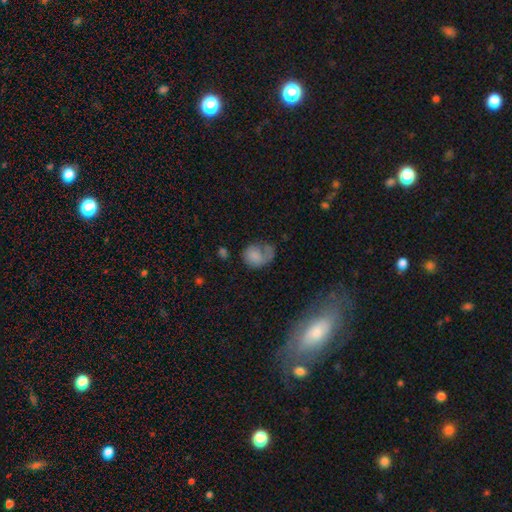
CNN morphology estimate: Smooth or featured?
  - smooth: 68% *
  - featured or disk: 22%
  - star or artifact: 10%
How rounded?
  - round: 51% *
  - in between: 48%
  - cigar-shaped: 1%
Merging?
  - major disturbance: 37% *
  - none: 30%
  - minor disturbance: 25%
  - merger: 8%